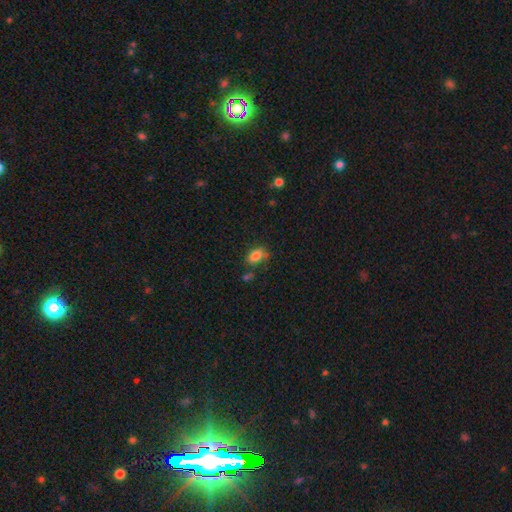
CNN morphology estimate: Smooth or featured? Predicted: smooth (p=0.83). How rounded? Predicted: in between (p=0.84). Merging? Predicted: none (p=0.68).